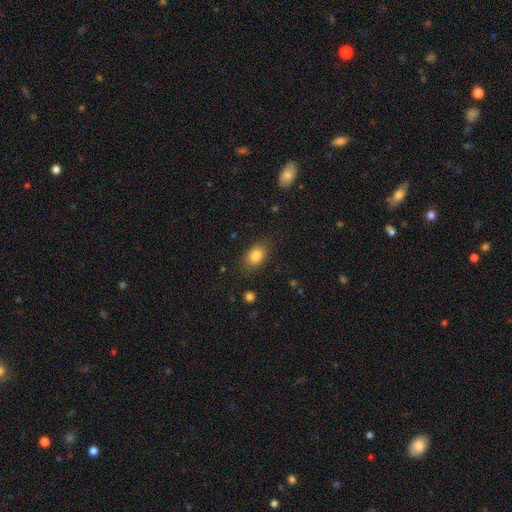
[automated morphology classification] Overall: smooth (83%). How rounded: in between (79%). Merging: none (80%).